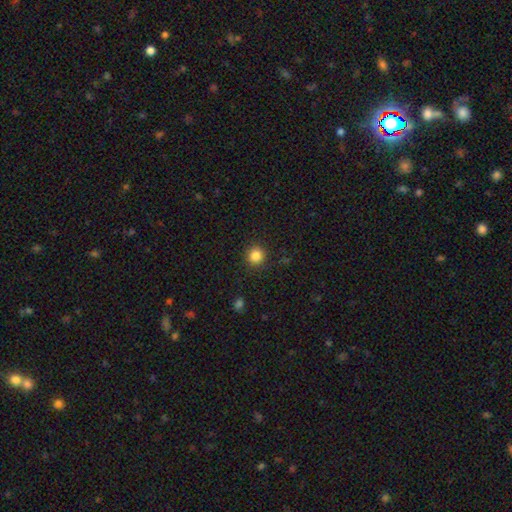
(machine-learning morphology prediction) smooth_or_featured: smooth (p=0.85) [alt: star or artifact p=0.11]
how_rounded: round (p=0.92) [alt: in between p=0.07]
merging: none (p=0.90) [alt: minor disturbance p=0.06]